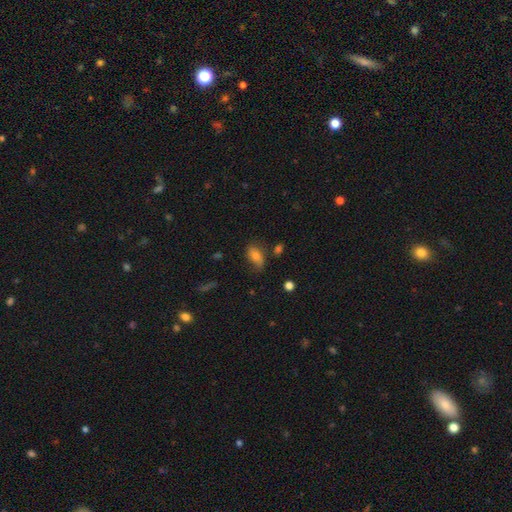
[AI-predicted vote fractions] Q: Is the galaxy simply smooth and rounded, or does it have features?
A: smooth — 70%.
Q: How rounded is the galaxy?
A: in between — 88%.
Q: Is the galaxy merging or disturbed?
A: none — 58%.